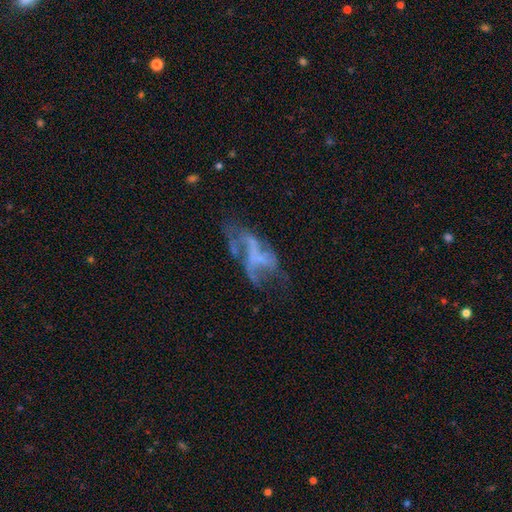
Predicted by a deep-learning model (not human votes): Smooth or featured?
  - featured or disk: 67% *
  - smooth: 19%
  - star or artifact: 15%
Edge-on disk?
  - no: 95% *
  - yes: 5%
Bar?
  - no: 75% *
  - weak: 17%
  - strong: 8%
Spiral arms?
  - no: 66% *
  - yes: 34%
Bulge size?
  - none: 76% *
  - small: 14%
  - moderate: 6%
  - large: 2%
  - dominant: 1%
Merging?
  - major disturbance: 42% *
  - none: 30%
  - minor disturbance: 16%
  - merger: 12%